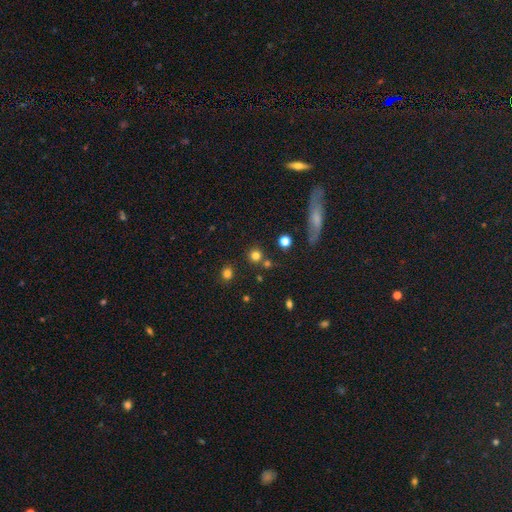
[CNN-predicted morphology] Smooth or featured: smooth — 76% (star or artifact — 17%)
How rounded: round — 91% (in between — 7%)
Merging: none — 77% (merger — 12%)